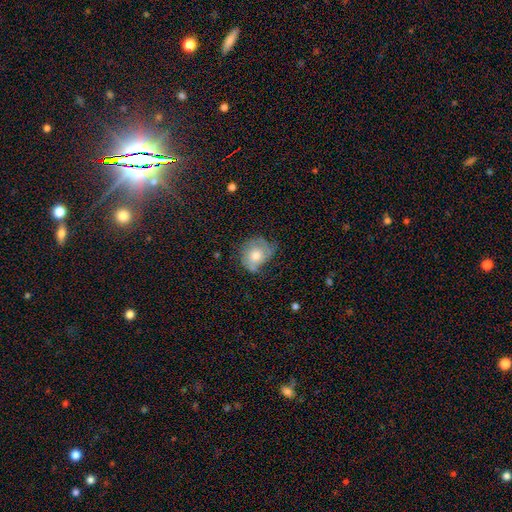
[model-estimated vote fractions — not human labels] Smooth or featured?
  - smooth: 52% *
  - featured or disk: 39%
  - star or artifact: 9%
How rounded?
  - round: 60% *
  - in between: 39%
  - cigar-shaped: 1%
Merging?
  - none: 46% *
  - minor disturbance: 34%
  - major disturbance: 17%
  - merger: 3%